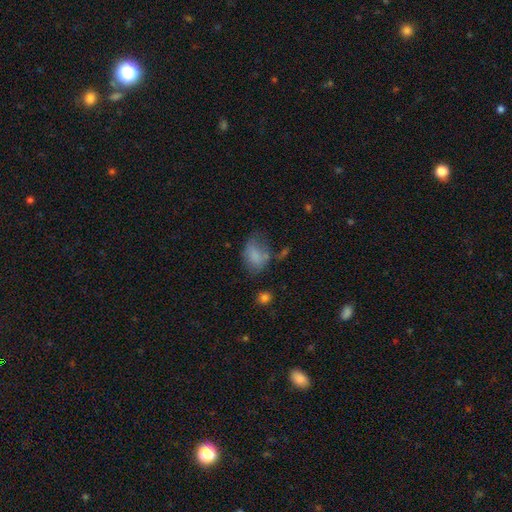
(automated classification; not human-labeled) smooth-or-featured: smooth: 73% | featured or disk: 16% | star or artifact: 10%
  how-rounded: in between: 81% | round: 18% | cigar-shaped: 1%
  merging: none: 39% | minor disturbance: 31% | major disturbance: 23% | merger: 7%